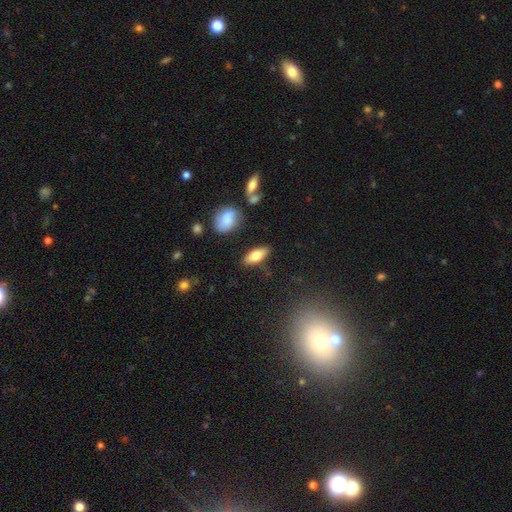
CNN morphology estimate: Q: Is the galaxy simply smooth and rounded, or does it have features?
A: smooth — 75%.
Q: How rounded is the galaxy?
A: in between — 81%.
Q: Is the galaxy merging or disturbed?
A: none — 84%.